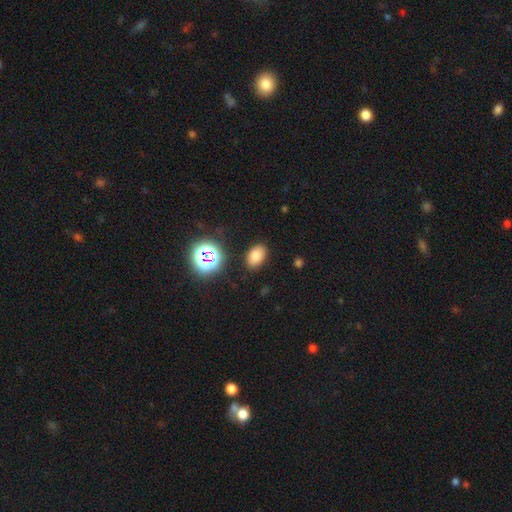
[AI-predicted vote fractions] A smooth galaxy with no disk features (78%) that is in between round and cigar-shaped (88%). Merging: none (86%).